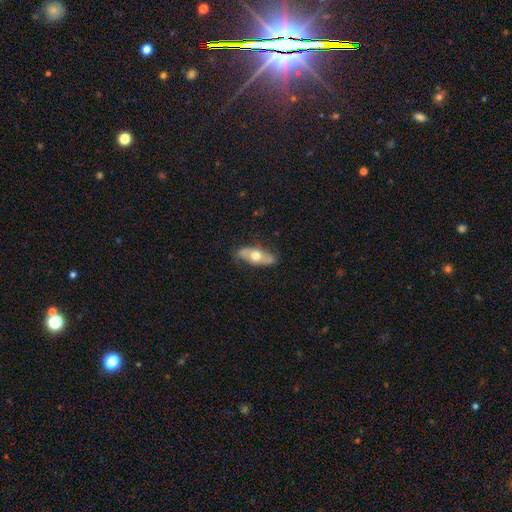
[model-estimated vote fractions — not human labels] This is possibly a smooth galaxy (47%, tied with featured or disk). Merging: likely none (78%).